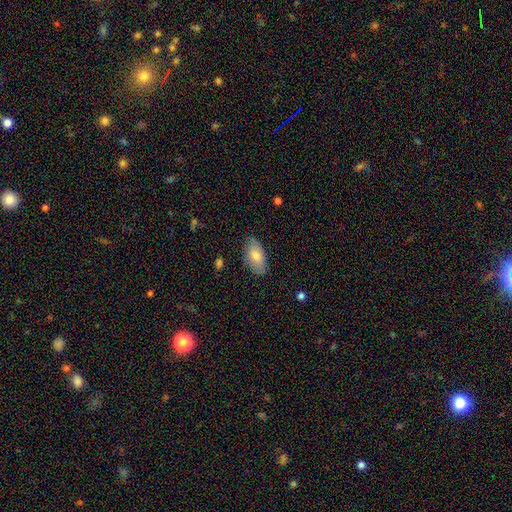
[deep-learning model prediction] This appears to be a smooth galaxy with no disk features (73%) that is in between round and cigar-shaped (93%). Merging: none (79%).